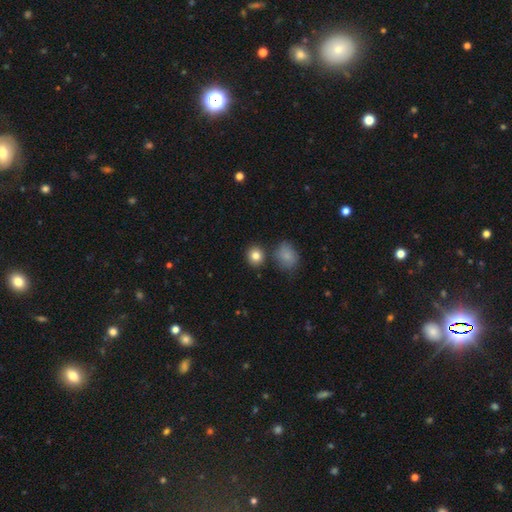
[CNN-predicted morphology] type=smooth (84%); roundness=round (76%); merging=none (79%).